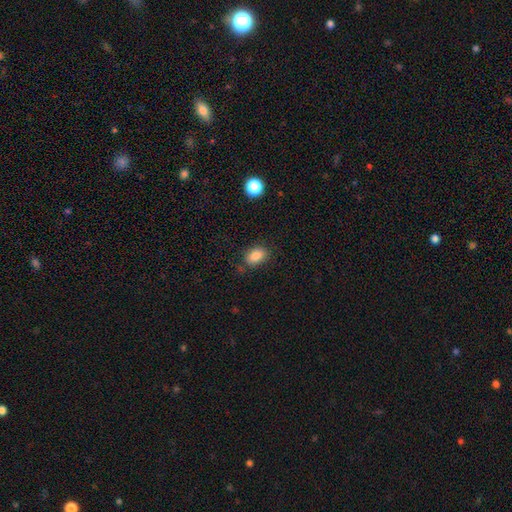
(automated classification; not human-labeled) Q: Smooth or featured?
A: smooth (86%); runner-up: star or artifact (9%)
Q: How rounded?
A: in between (83%); runner-up: round (15%)
Q: Merging?
A: none (79%); runner-up: minor disturbance (14%)